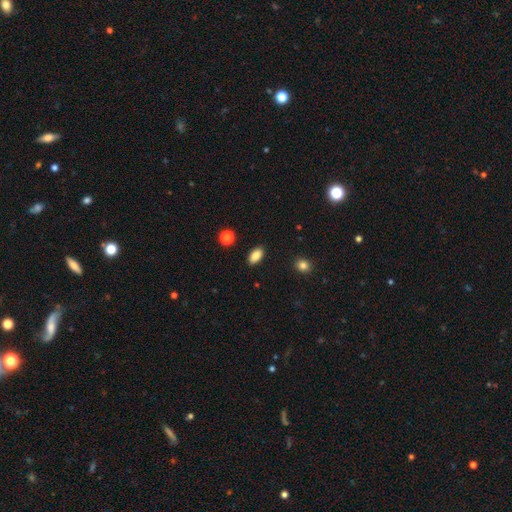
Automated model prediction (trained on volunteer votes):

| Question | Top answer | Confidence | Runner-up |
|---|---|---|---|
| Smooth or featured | smooth | 86% | star or artifact (8%) |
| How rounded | in between | 92% | round (5%) |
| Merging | none | 90% | minor disturbance (7%) |